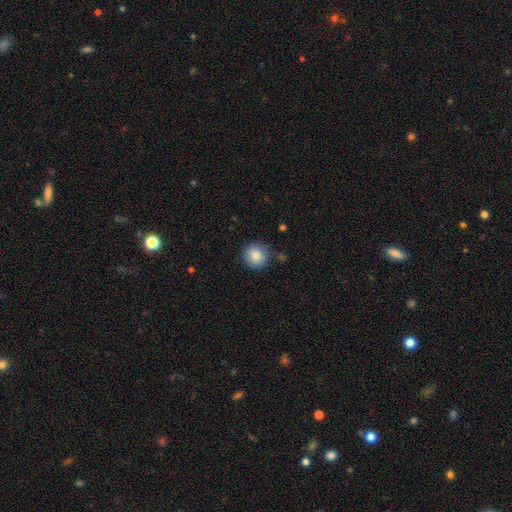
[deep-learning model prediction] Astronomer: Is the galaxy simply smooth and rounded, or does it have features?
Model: smooth — 85%.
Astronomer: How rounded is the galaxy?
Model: round — 92%.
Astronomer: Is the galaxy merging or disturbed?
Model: none — 83%.